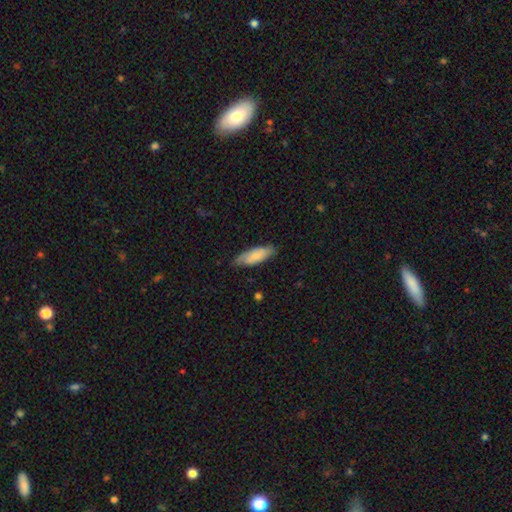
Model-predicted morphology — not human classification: A smooth galaxy with no disk features (70%) that is in between round and cigar-shaped (63%).

Vote fractions:
- Smooth or featured? smooth: 70% / featured or disk: 24% / star or artifact: 6%
- How rounded? in between: 63% / cigar-shaped: 35% / round: 2%
- Merging? none: 74% / minor disturbance: 21% / major disturbance: 4% / merger: 1%